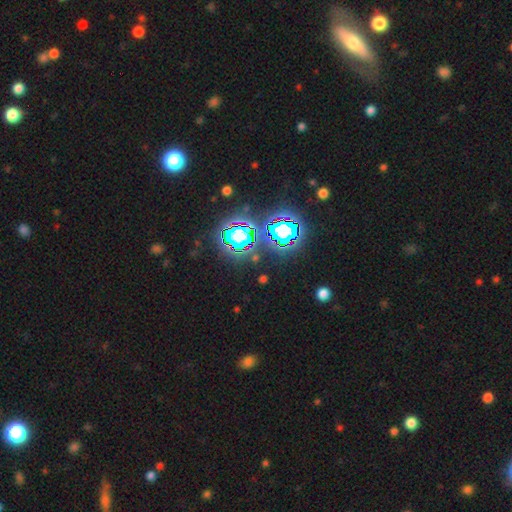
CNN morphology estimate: A star or artifact, not a galaxy (77%).

Vote fractions:
- Smooth or featured? star or artifact: 77% / smooth: 14% / featured or disk: 9%